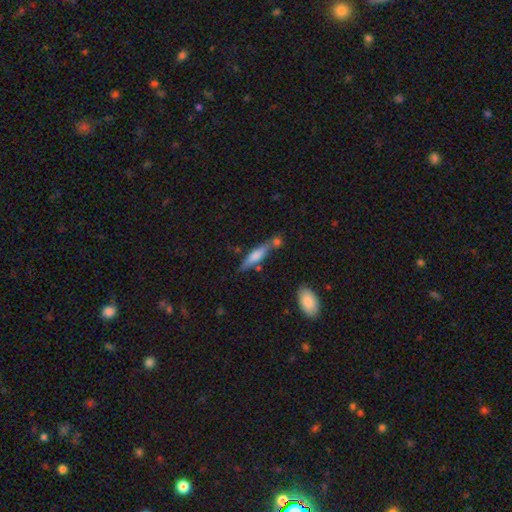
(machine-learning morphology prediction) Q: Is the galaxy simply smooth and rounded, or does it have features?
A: smooth — 60%.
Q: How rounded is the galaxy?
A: cigar-shaped — 78%.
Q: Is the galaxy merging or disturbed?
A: none — 63%.